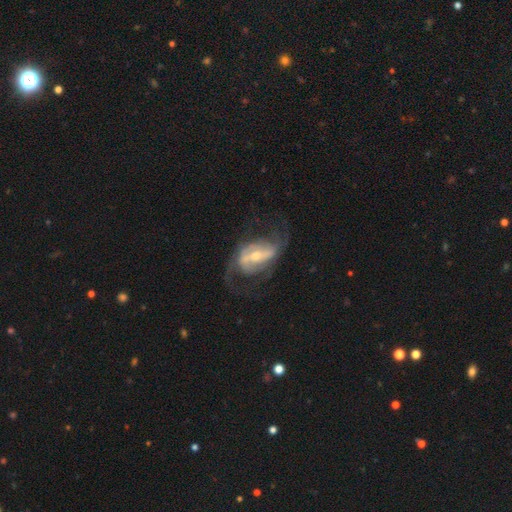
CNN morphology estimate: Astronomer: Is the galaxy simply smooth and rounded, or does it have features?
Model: featured or disk — 83%.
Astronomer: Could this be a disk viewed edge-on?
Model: no — 94%.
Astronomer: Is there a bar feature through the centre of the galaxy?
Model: strong — 50% (runner-up: weak, 35%).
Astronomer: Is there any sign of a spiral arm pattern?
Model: yes — 88%.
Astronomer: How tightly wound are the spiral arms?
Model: loose — 46% (runner-up: medium, 40%).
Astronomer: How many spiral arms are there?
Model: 2 — 76%.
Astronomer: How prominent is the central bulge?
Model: moderate — 51% (runner-up: small, 42%).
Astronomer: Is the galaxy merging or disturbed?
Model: none — 57%.